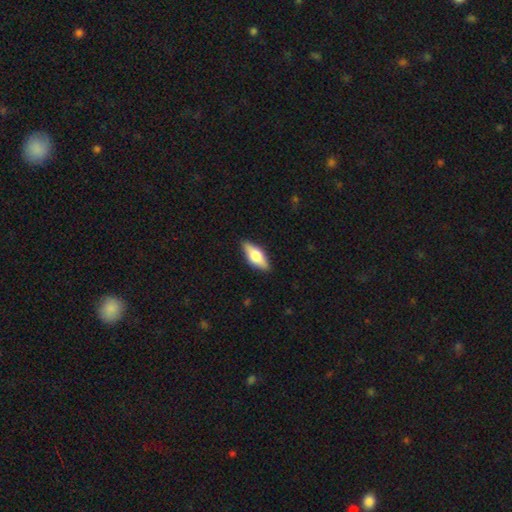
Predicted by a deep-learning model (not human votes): A smooth galaxy with no disk features (55%) that is in between round and cigar-shaped (74%).

Vote fractions:
- Smooth or featured? smooth: 55% / featured or disk: 39% / star or artifact: 6%
- How rounded? in between: 74% / cigar-shaped: 23% / round: 3%
- Merging? none: 87% / minor disturbance: 10% / major disturbance: 2% / merger: 1%